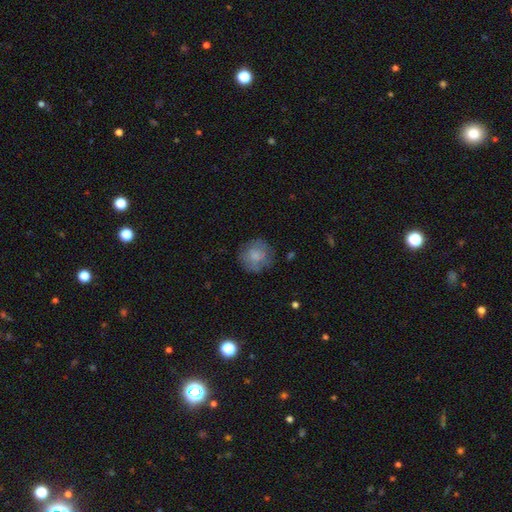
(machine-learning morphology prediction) Smooth or featured?
  - smooth: 73% *
  - featured or disk: 19%
  - star or artifact: 8%
How rounded?
  - round: 91% *
  - in between: 9%
  - cigar-shaped: 1%
Merging?
  - none: 74% *
  - minor disturbance: 18%
  - major disturbance: 7%
  - merger: 2%